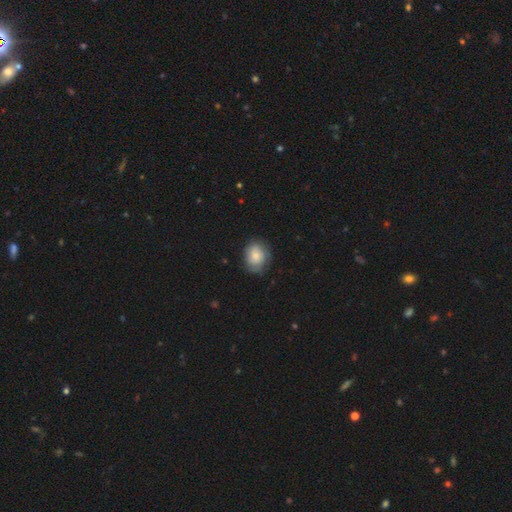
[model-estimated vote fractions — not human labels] This appears to be a smooth galaxy with no disk features (70%) that is round (63%). Merging: none (70%).